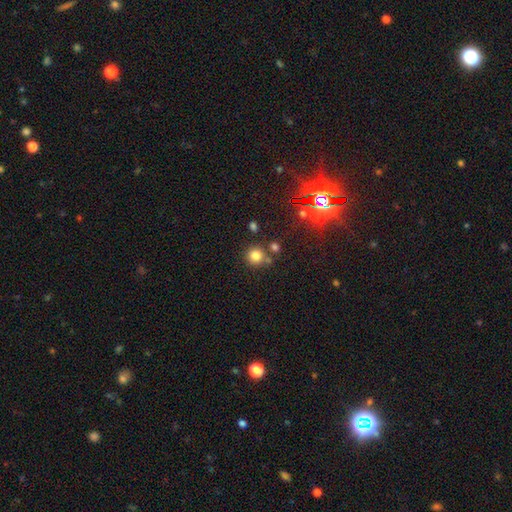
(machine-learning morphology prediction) Q: Smooth or featured?
A: smooth (78%); runner-up: star or artifact (15%)
Q: How rounded?
A: round (91%); runner-up: in between (8%)
Q: Merging?
A: none (72%); runner-up: merger (14%)